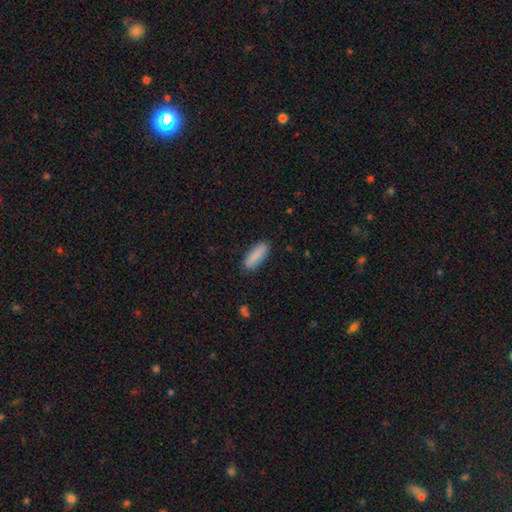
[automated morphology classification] type=smooth (88%); roundness=in between (59%); merging=none (86%).